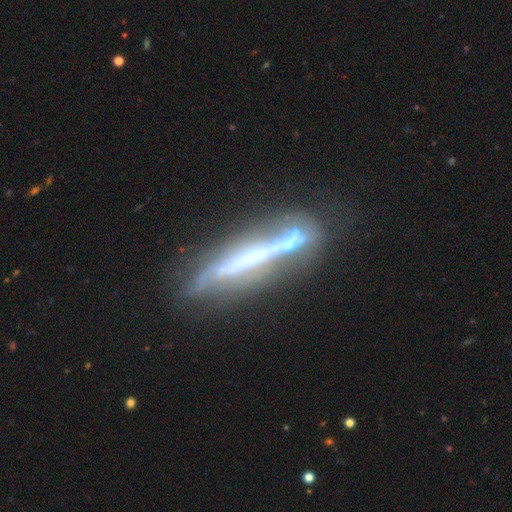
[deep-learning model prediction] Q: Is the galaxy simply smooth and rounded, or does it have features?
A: featured or disk — 79%.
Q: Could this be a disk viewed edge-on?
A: yes — 87%.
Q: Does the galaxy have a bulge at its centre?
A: none — 51%.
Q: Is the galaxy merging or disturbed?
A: none — 59%.